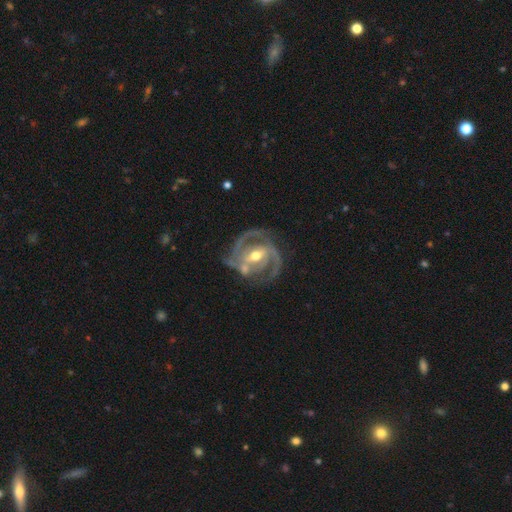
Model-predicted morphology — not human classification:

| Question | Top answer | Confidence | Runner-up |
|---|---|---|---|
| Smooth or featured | featured or disk | 92% | smooth (4%) |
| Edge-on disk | no | 97% | yes (3%) |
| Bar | weak | 42% | strong (41%) |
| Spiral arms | yes | 97% | no (3%) |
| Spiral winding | medium | 48% | tight (44%) |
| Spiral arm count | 2 | 68% | 3 (19%) |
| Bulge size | moderate | 74% | small (19%) |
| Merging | none | 66% | minor disturbance (19%) |